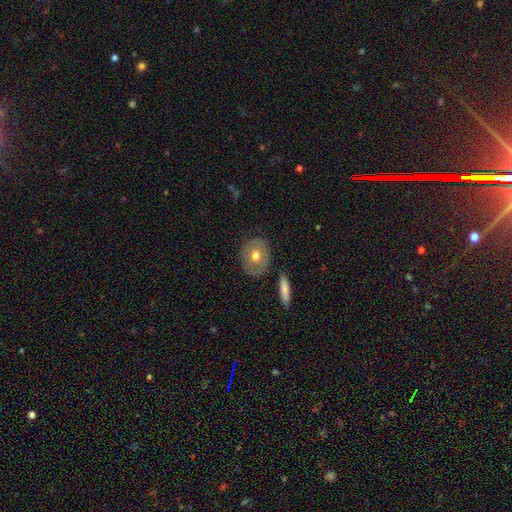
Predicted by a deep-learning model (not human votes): Q: Smooth or featured?
A: smooth (60%); runner-up: featured or disk (34%)
Q: How rounded?
A: round (60%); runner-up: in between (38%)
Q: Merging?
A: none (81%); runner-up: minor disturbance (12%)